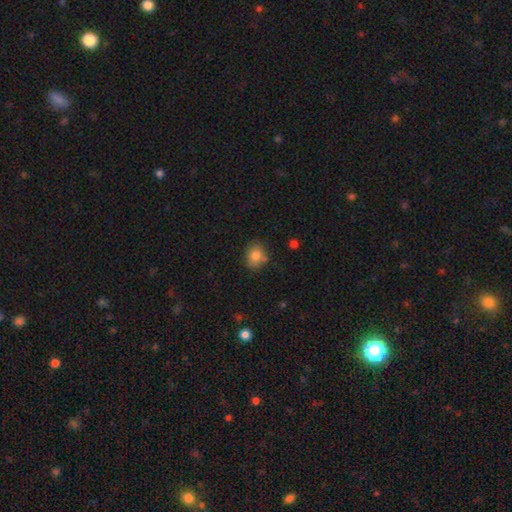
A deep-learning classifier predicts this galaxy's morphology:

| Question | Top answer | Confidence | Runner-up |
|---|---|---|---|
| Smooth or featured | smooth | 83% | star or artifact (10%) |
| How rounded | round | 60% | in between (39%) |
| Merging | none | 74% | minor disturbance (17%) |